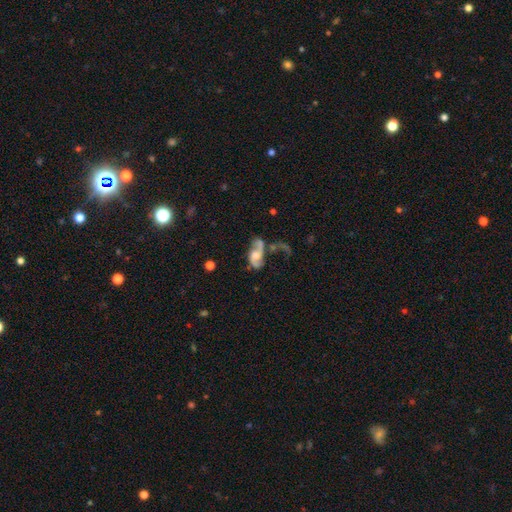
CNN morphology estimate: The model was most divided on "merging": none: 38%, major disturbance: 24%, merger: 20%, minor disturbance: 18%. More confident: edge-on disk — no (95%); spiral arm count — 2 (86%); spiral arms — yes (86%); smooth or featured — featured or disk (75%); spiral winding — loose (65%); bar — no (62%); bulge size — moderate (55%).